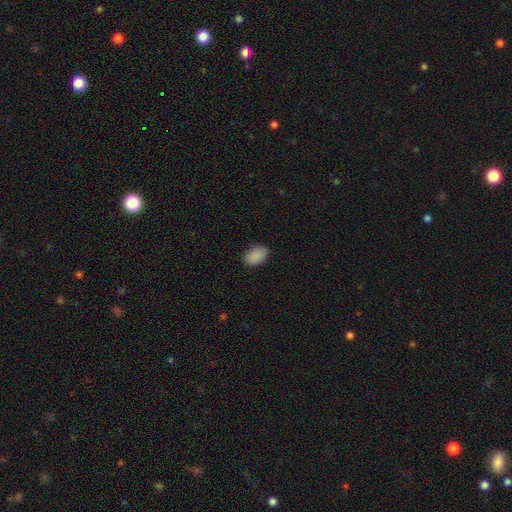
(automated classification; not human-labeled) Morphology: type=smooth (90%); roundness=in between (89%); merging=none (87%).